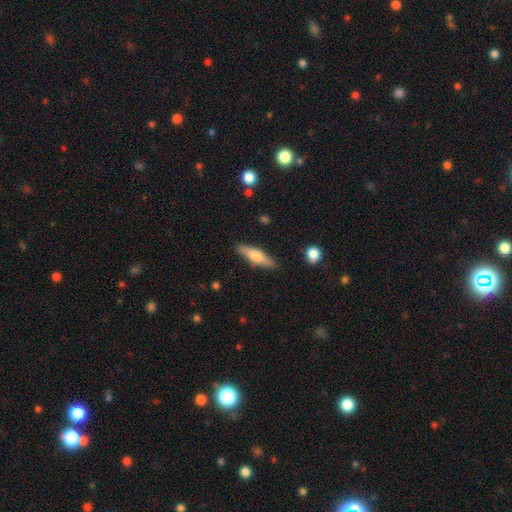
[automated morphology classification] Overall: smooth (57%; featured or disk 37%). How rounded: cigar-shaped (67%; in between 31%). Merging: none (87%).